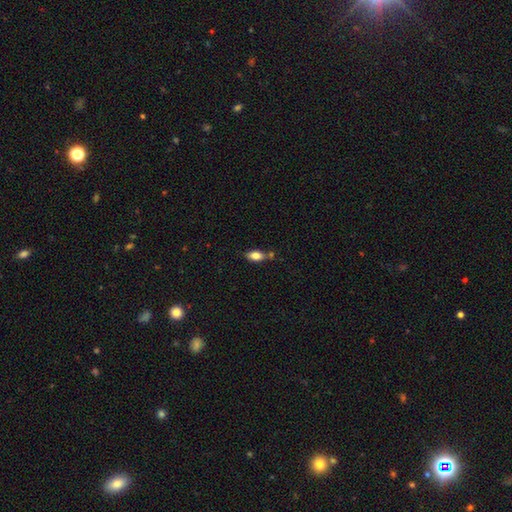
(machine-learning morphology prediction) type=smooth (79%); roundness=in between (87%); merging=none (64%).